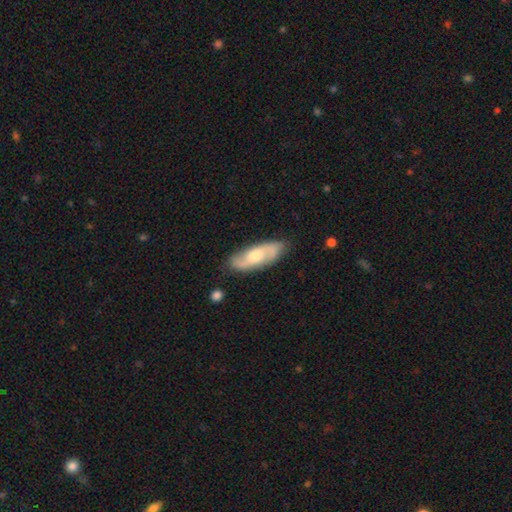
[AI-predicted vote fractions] featured or disk 60%, smooth 34%, star or artifact 6%. Down the decision tree: edge-on disk — no (84%); bar — no (60%); spiral arms — yes (88%); bulge size — moderate (58%); merging — none (81%).